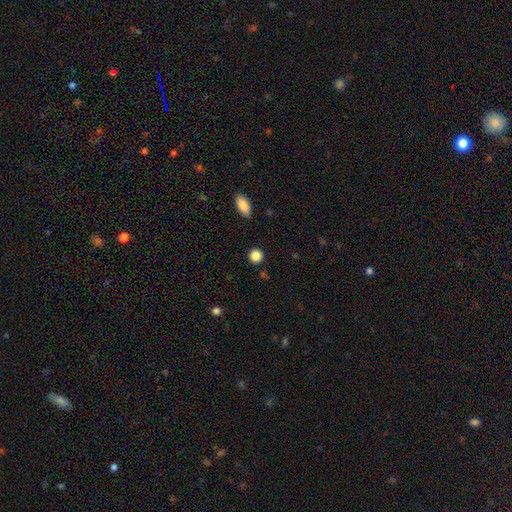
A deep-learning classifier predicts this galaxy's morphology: A smooth galaxy with no disk features (86%) that is round (91%). Merging: none (89%).